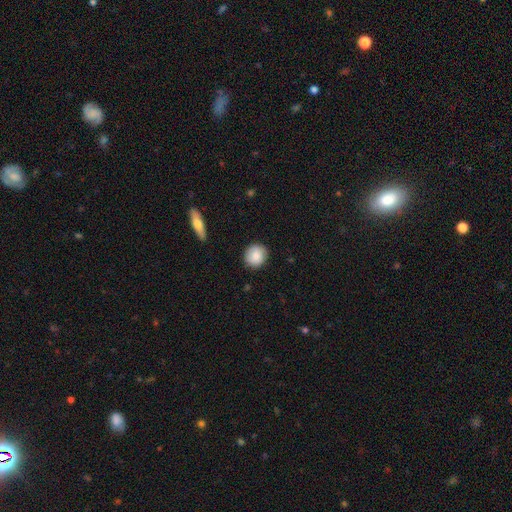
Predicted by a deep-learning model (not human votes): A smooth galaxy with no disk features (86%) that is round (86%). Merging: none (87%).